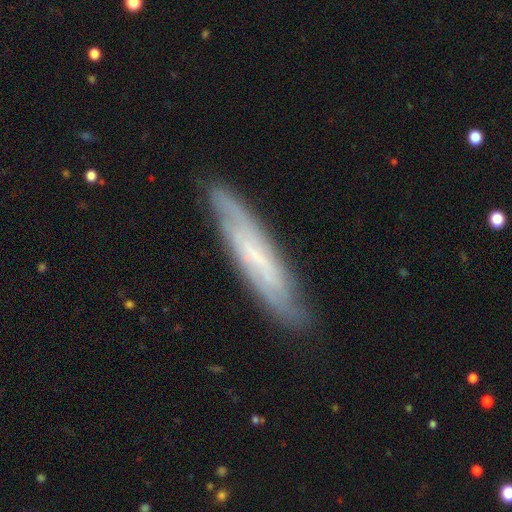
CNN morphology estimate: smooth-or-featured: featured or disk: 63% | smooth: 30% | star or artifact: 7%
  disk-edge-on: yes: 50% (tied) | no: 50% (tied)
  merging: none: 82% | minor disturbance: 14% | major disturbance: 3% | merger: 1%